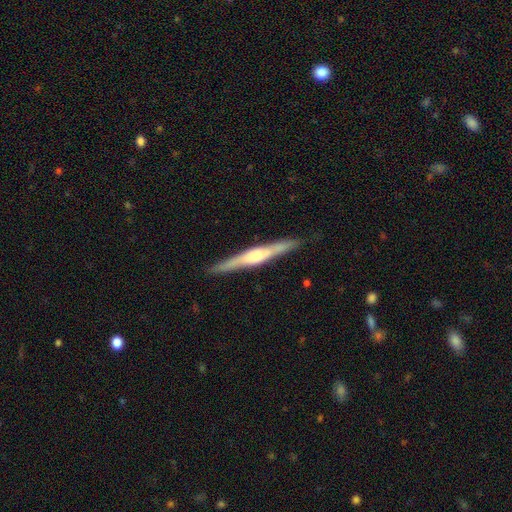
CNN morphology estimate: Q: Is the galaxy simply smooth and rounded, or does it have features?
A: featured or disk — 79%.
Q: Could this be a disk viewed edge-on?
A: yes — 98%.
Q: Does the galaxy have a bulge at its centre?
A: rounded — 69%.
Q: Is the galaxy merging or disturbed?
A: none — 91%.